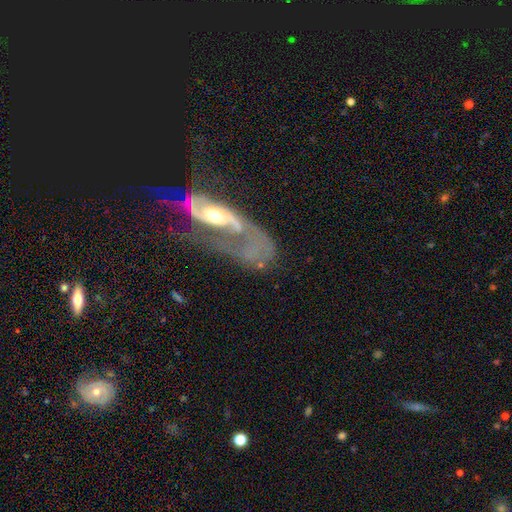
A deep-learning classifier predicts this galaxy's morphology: Smooth or featured? Predicted: featured or disk (p=0.79). Edge-on disk? Predicted: no (p=0.91). Bar? Predicted: no (p=0.52). Spiral arms? Predicted: yes (p=0.80). Spiral winding? Predicted: loose (p=0.47). Spiral arm count? Predicted: 2 (p=0.51). Bulge size? Predicted: moderate (p=0.64). Merging? Predicted: major disturbance (p=0.53).